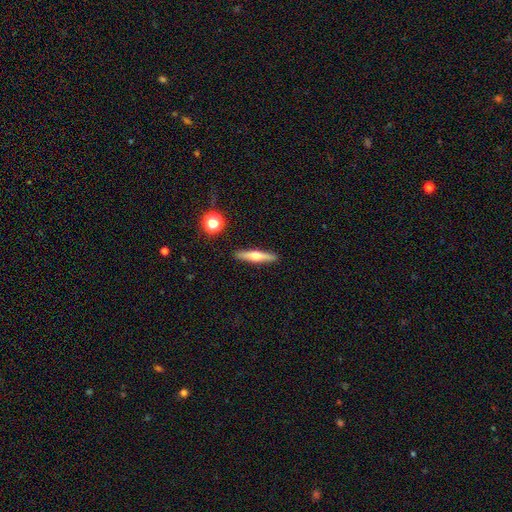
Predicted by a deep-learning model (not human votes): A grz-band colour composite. It shows a featured or disk galaxy (54%) viewed edge-on (95%) with a rounded central bulge (92%). Merging: none (91%).